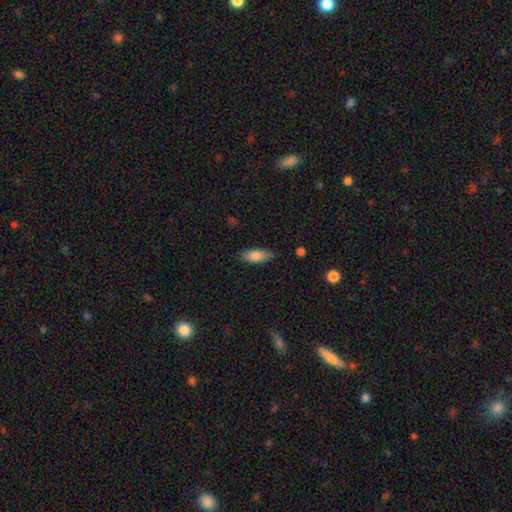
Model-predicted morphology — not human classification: type=smooth (81%); roundness=in between (71%); merging=none (82%).